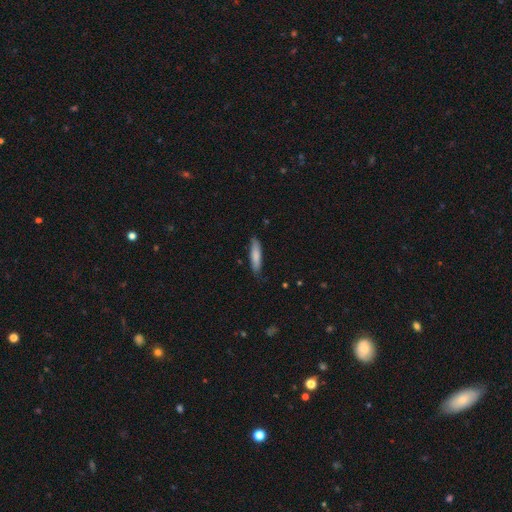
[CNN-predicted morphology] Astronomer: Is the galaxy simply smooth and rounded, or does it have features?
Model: smooth — 80%.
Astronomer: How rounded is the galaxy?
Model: cigar-shaped — 79%.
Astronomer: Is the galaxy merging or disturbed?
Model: none — 81%.